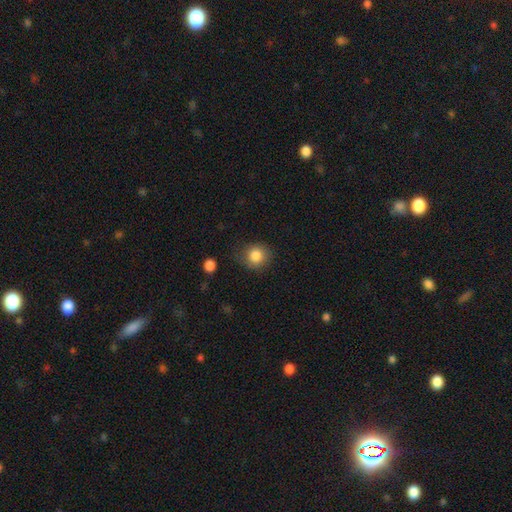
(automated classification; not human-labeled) Smooth or featured? smooth (85%)
How rounded? round (85%)
Merging? none (77%)